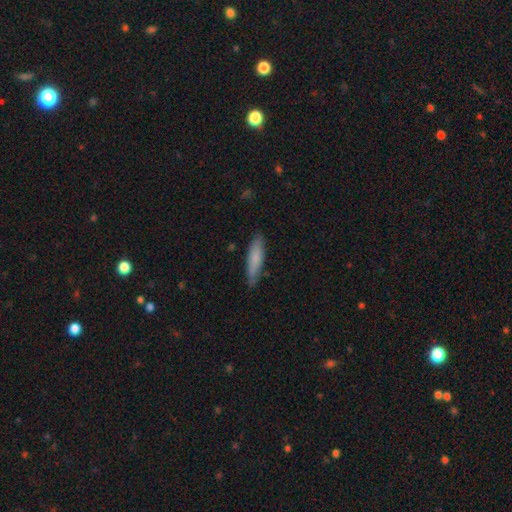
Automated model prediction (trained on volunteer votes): Smooth or featured? Predicted: smooth (p=0.77). How rounded? Predicted: cigar-shaped (p=0.79). Merging? Predicted: none (p=0.82).